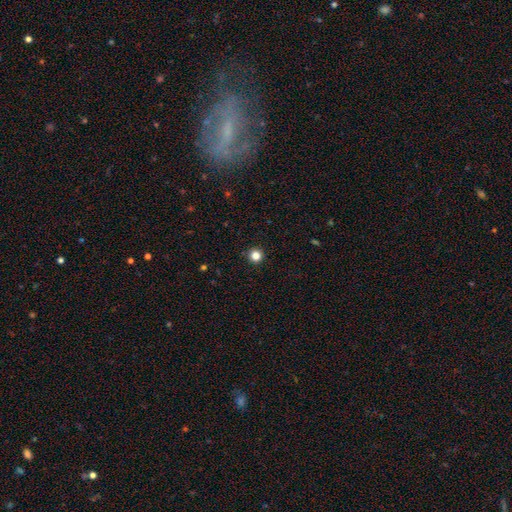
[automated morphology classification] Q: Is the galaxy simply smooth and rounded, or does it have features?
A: smooth — 83%.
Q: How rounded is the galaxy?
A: round — 96%.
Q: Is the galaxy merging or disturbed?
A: none — 93%.